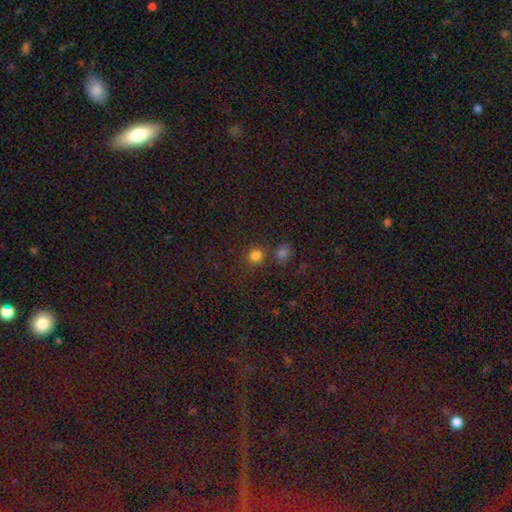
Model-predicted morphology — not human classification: The model was most divided on "merging": none: 72%, merger: 16%, minor disturbance: 9%, major disturbance: 4%. More confident: how rounded — round (86%); smooth or featured — smooth (78%).